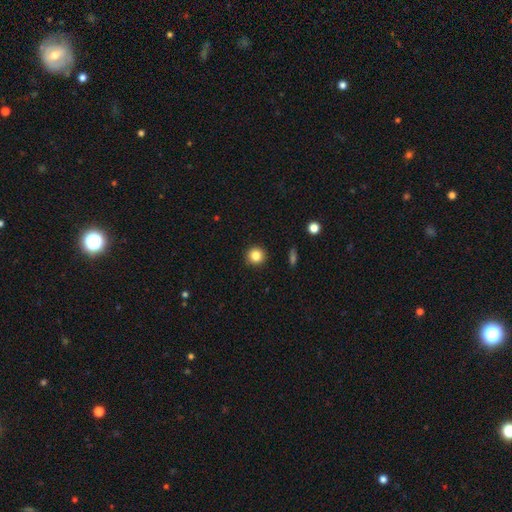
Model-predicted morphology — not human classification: Smooth or featured? smooth (84%)
How rounded? round (94%)
Merging? none (92%)